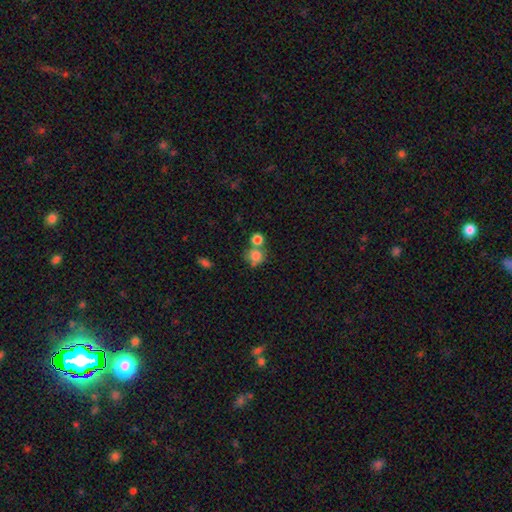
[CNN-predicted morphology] Overall: smooth (80%). How rounded: round (84%). Merging: none (48%; merger 36%).